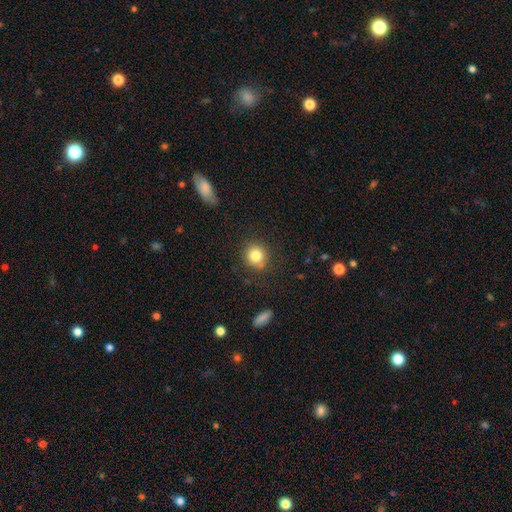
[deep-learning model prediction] smooth_or_featured: smooth (p=0.82) [alt: star or artifact p=0.10]
how_rounded: round (p=0.86) [alt: in between p=0.13]
merging: none (p=0.83) [alt: minor disturbance p=0.11]